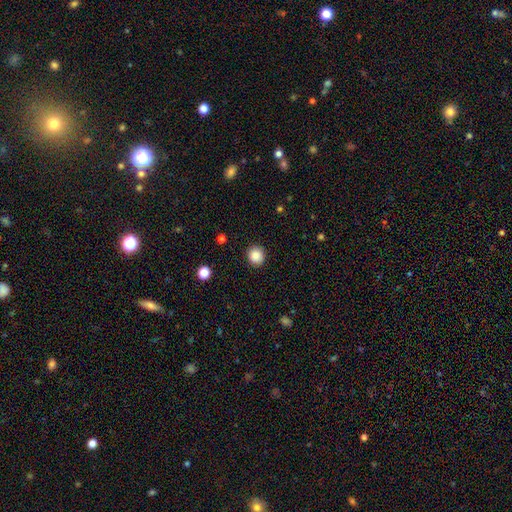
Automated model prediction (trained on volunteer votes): Overall: smooth (86%). How rounded: round (89%). Merging: none (91%).